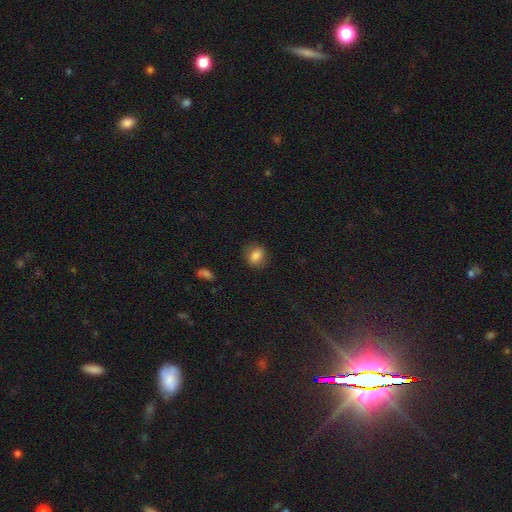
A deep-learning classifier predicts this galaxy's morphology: The model was most divided on "how rounded": round: 52%, in between: 47%, cigar-shaped: 1%. More confident: smooth or featured — smooth (84%); merging — none (78%).